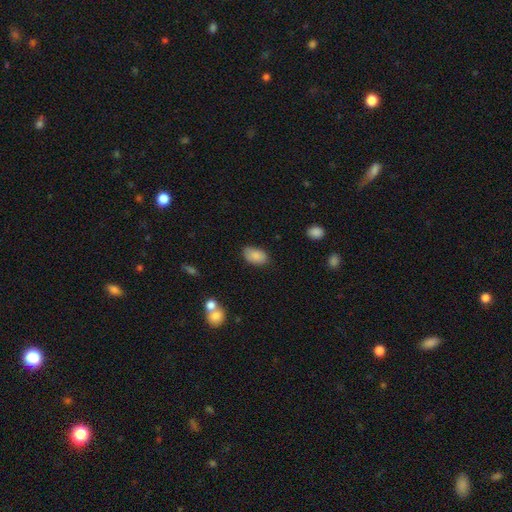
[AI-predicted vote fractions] Morphology: type=smooth (85%); roundness=in between (92%); merging=none (79%).